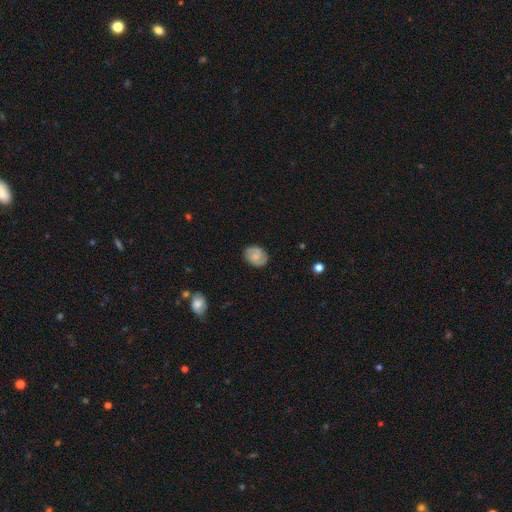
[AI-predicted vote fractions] Smooth or featured? smooth (57%)
How rounded? in between (58%)
Merging? none (82%)